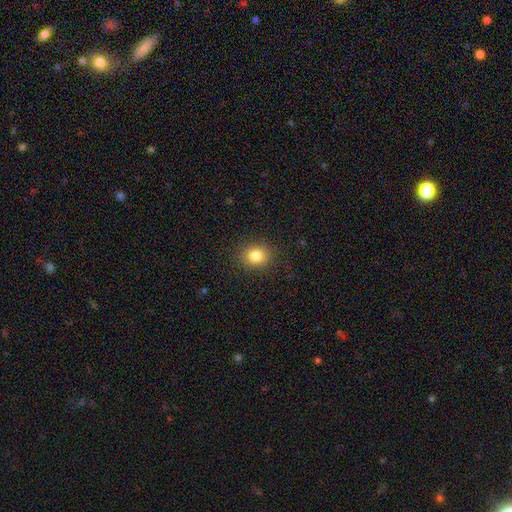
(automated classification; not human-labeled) This is clearly a smooth galaxy (82%). How rounded: likely round (71%). Merging: clearly none (89%).